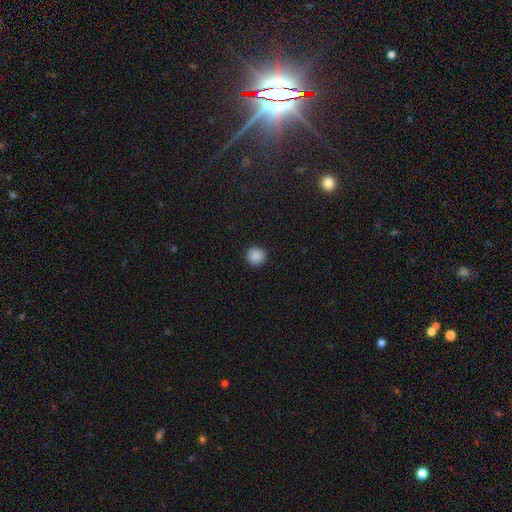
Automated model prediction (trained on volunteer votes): smooth-or-featured: smooth: 88% | star or artifact: 10% | featured or disk: 3%
  how-rounded: round: 95% | in between: 4% | cigar-shaped: 1%
  merging: none: 93% | minor disturbance: 4% | major disturbance: 2% | merger: 1%